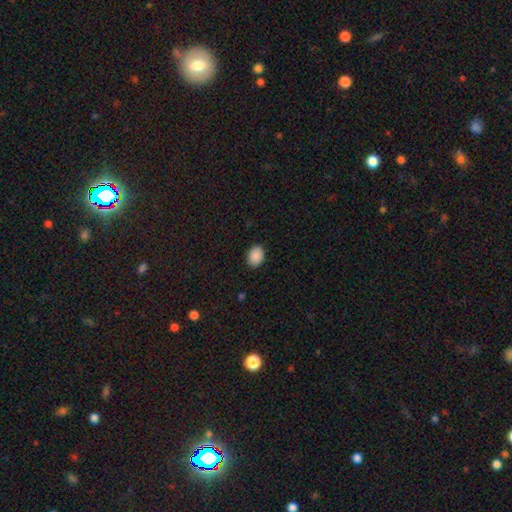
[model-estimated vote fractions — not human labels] Smooth or featured: smooth — 90% (star or artifact — 8%)
How rounded: in between — 74% (round — 25%)
Merging: none — 89% (minor disturbance — 8%)